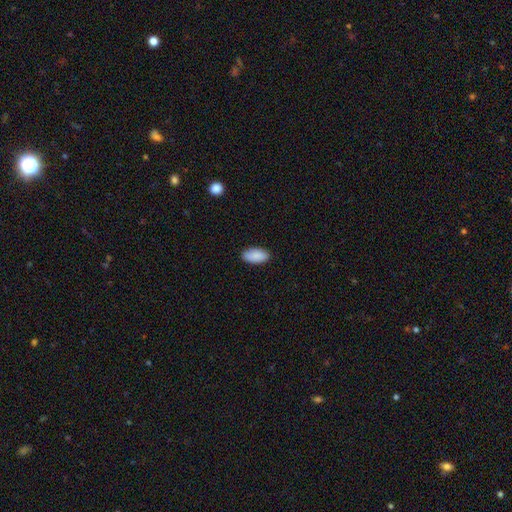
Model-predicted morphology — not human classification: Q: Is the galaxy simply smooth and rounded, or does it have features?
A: smooth — 90%.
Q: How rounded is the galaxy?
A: in between — 93%.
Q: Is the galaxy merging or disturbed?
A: none — 88%.